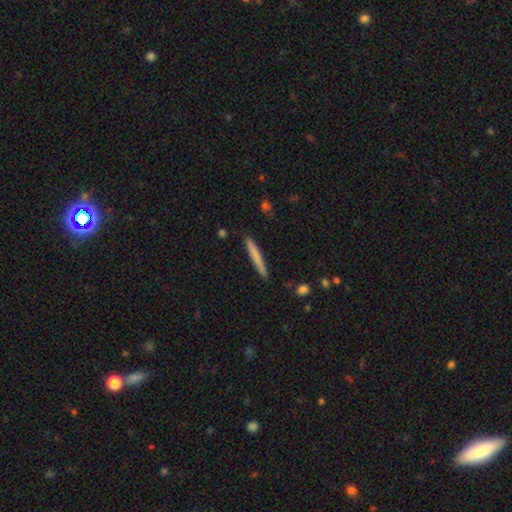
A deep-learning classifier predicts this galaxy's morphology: This is likely a smooth galaxy (72%). How rounded: clearly cigar-shaped (96%). Merging: clearly none (90%).